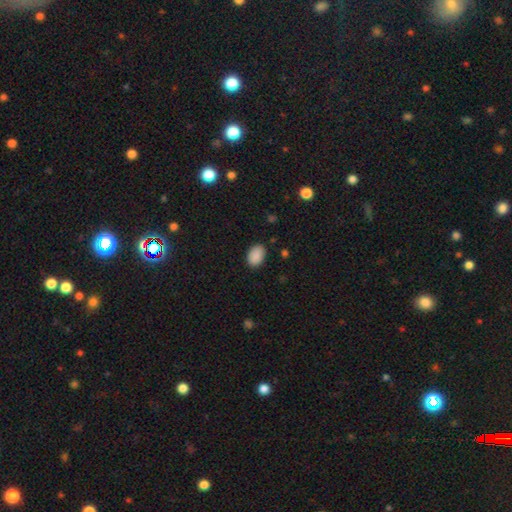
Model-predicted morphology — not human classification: Smooth or featured? Predicted: smooth (p=0.90). How rounded? Predicted: in between (p=0.86). Merging? Predicted: none (p=0.86).